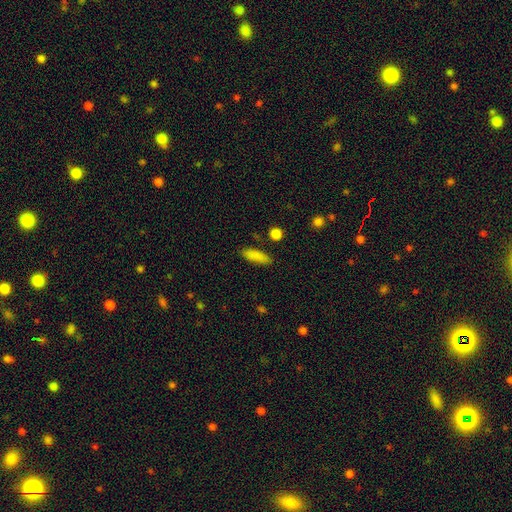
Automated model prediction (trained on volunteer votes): This appears to be a smooth galaxy with no disk features (86%) that is cigar-shaped (50%). Merging: none (85%).